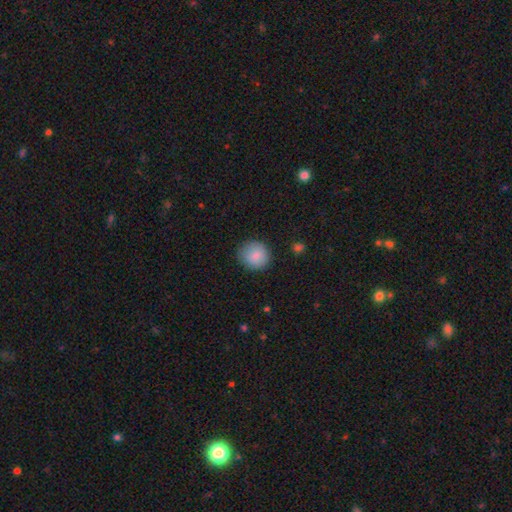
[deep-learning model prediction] Smooth or featured? Predicted: smooth (p=0.87). How rounded? Predicted: round (p=0.90). Merging? Predicted: none (p=0.85).